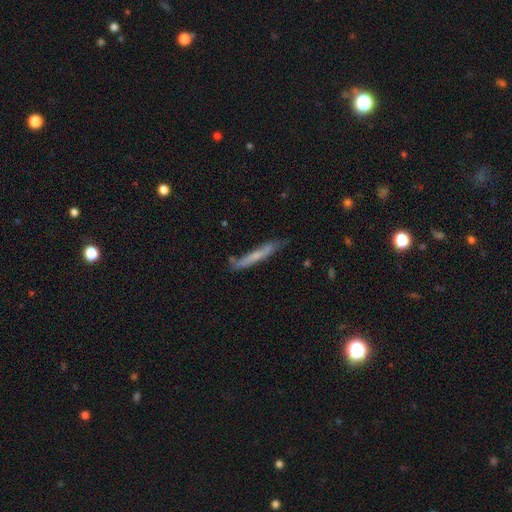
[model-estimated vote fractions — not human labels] The model was most divided on "smooth or featured": smooth: 52%, featured or disk: 41%, star or artifact: 7%. More confident: how rounded — cigar-shaped (95%); merging — none (71%).